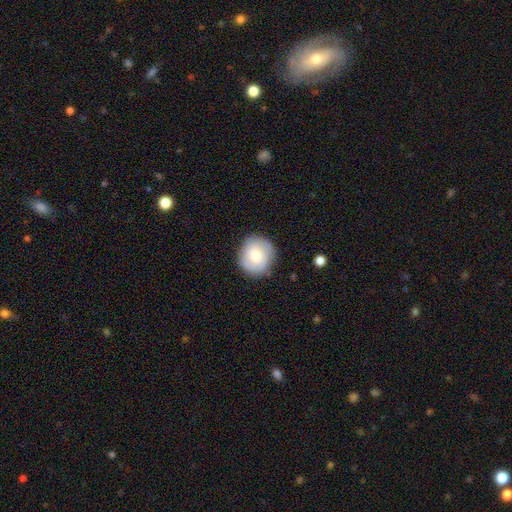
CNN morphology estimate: A smooth galaxy with no disk features (62%) that is round (86%).

Vote fractions:
- Smooth or featured? smooth: 62% / featured or disk: 31% / star or artifact: 7%
- How rounded? round: 86% / in between: 13% / cigar-shaped: 1%
- Merging? none: 82% / minor disturbance: 14% / major disturbance: 4% / merger: 1%